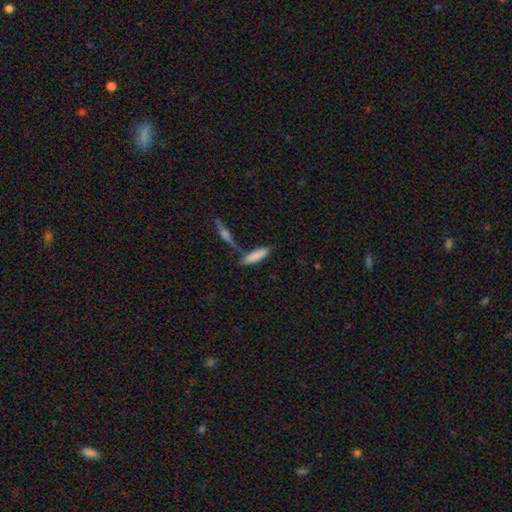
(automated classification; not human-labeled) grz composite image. It shows a smooth galaxy with no disk features (79%) that is cigar-shaped (62%). Merging: none (58%).